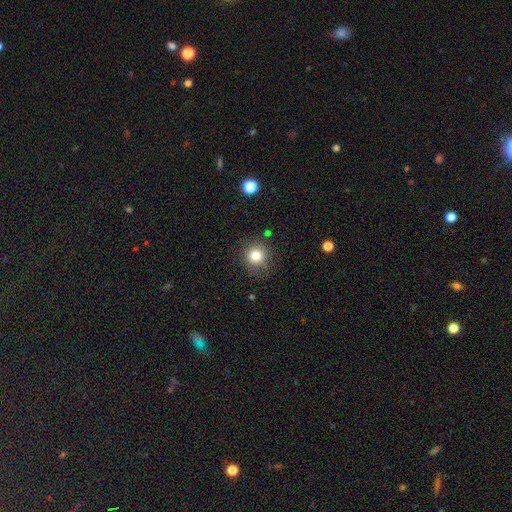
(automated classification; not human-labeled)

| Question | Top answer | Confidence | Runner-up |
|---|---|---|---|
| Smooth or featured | smooth | 80% | star or artifact (12%) |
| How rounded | round | 92% | in between (8%) |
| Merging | none | 82% | minor disturbance (11%) |